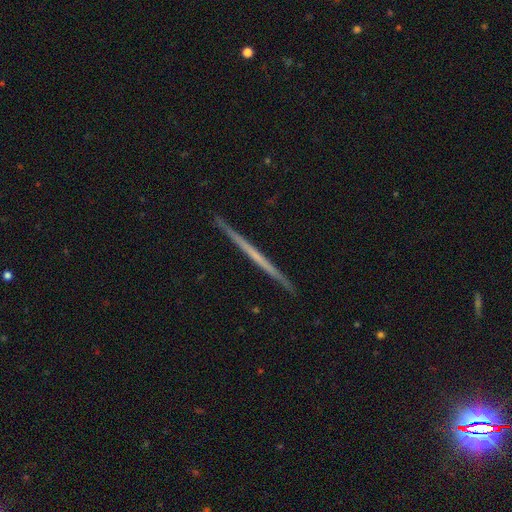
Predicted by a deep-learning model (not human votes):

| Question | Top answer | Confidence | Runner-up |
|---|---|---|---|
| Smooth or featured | featured or disk | 65% | smooth (30%) |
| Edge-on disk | yes | 98% | no (2%) |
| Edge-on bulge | none | 92% | rounded (5%) |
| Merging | none | 93% | minor disturbance (5%) |